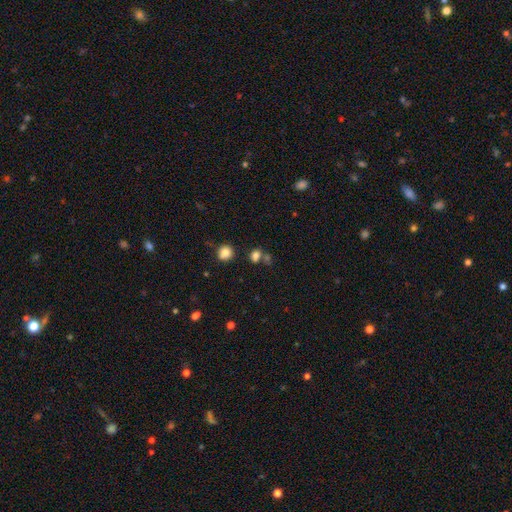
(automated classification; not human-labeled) Smooth or featured? smooth (76%)
How rounded? in between (52%)
Merging? none (55%)